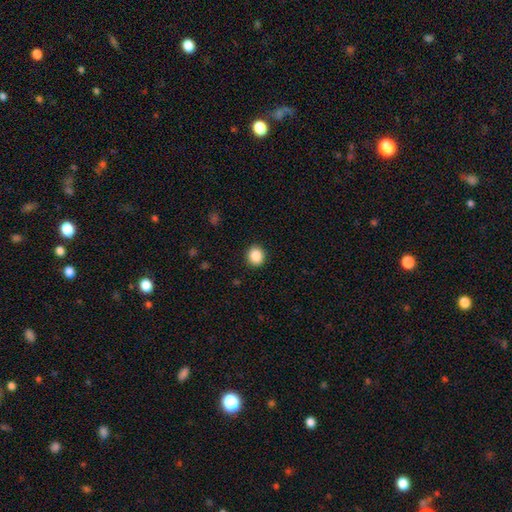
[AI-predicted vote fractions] This is clearly a smooth galaxy (87%). How rounded: clearly round (81%). Merging: clearly none (91%).